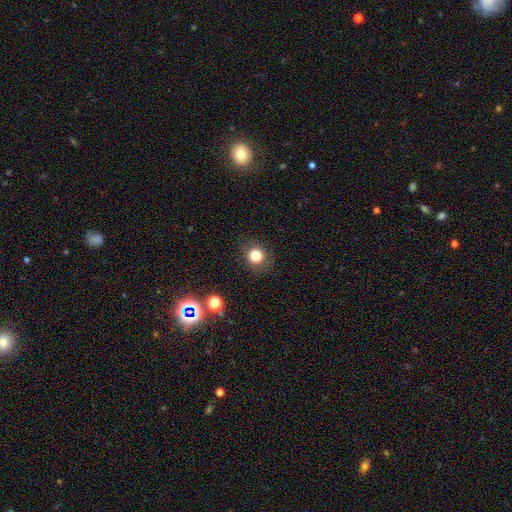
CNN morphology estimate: Smooth or featured?
  - smooth: 80% *
  - star or artifact: 12%
  - featured or disk: 7%
How rounded?
  - round: 80% *
  - in between: 19%
  - cigar-shaped: 1%
Merging?
  - none: 83% *
  - minor disturbance: 11%
  - major disturbance: 4%
  - merger: 2%